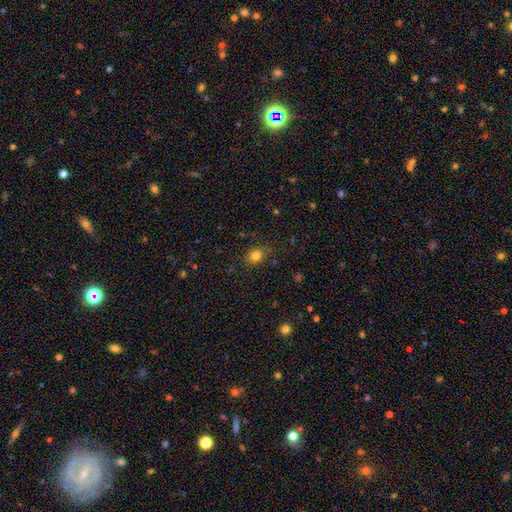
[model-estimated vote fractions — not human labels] A smooth galaxy with no disk features (81%) that is round (52%).

Vote fractions:
- Smooth or featured? smooth: 81% / star or artifact: 13% / featured or disk: 6%
- How rounded? round: 52% / in between: 47% / cigar-shaped: 1%
- Merging? none: 80% / minor disturbance: 15% / major disturbance: 4% / merger: 2%